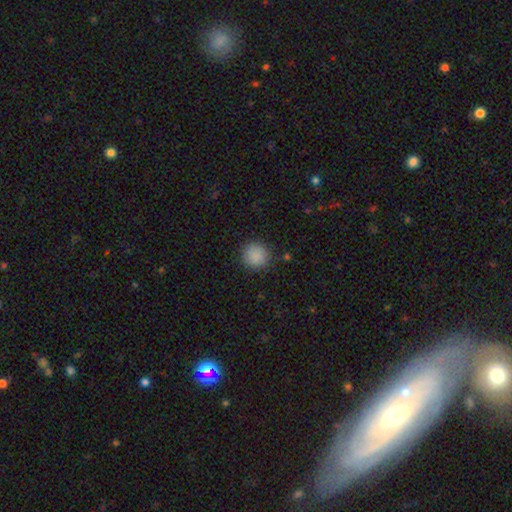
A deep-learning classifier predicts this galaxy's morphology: The model was most divided on "smooth or featured": smooth: 88%, star or artifact: 8%, featured or disk: 3%. More confident: how rounded — round (93%); merging — none (89%).